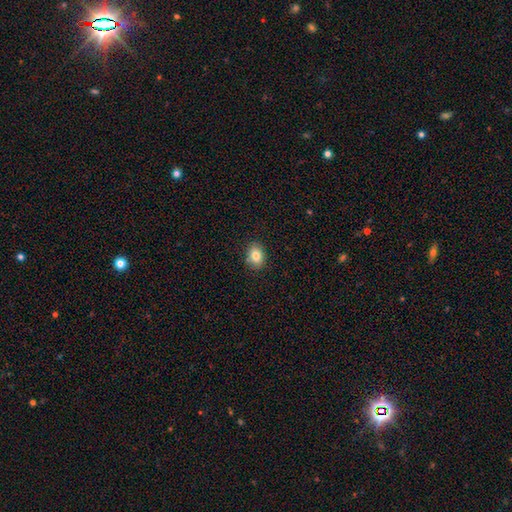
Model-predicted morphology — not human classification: A smooth galaxy with no disk features (83%) that is in between round and cigar-shaped (66%).

Vote fractions:
- Smooth or featured? smooth: 83% / star or artifact: 9% / featured or disk: 8%
- How rounded? in between: 66% / round: 33% / cigar-shaped: 1%
- Merging? none: 86% / minor disturbance: 10% / major disturbance: 2% / merger: 2%